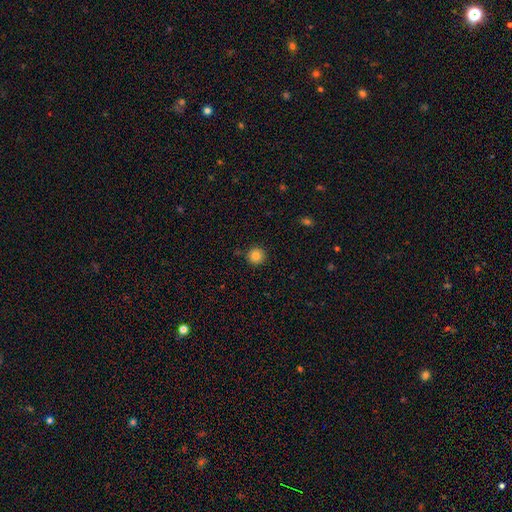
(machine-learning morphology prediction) Smooth or featured? Predicted: smooth (p=0.83). How rounded? Predicted: round (p=0.96). Merging? Predicted: none (p=0.90).